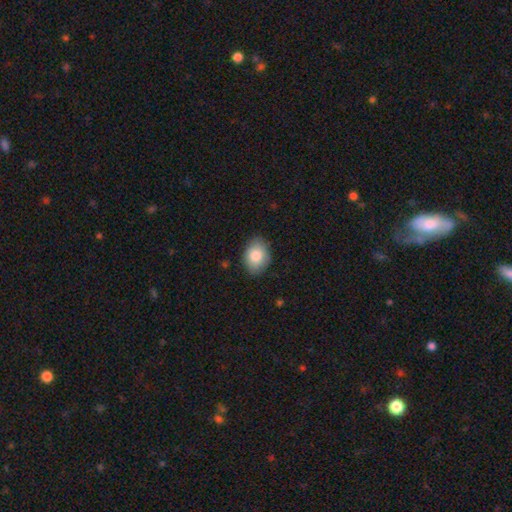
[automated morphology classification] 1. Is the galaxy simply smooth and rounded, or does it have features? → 84% smooth, 9% featured or disk, 7% star or artifact.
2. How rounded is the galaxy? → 76% in between, 23% round, 1% cigar-shaped.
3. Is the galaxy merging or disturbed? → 83% none, 13% minor disturbance, 2% major disturbance, 1% merger.